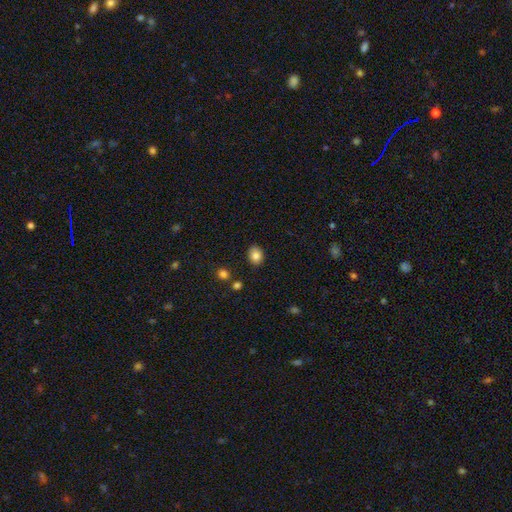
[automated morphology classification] Overall: smooth (84%). How rounded: in between (51%; round 48%). Merging: none (85%).